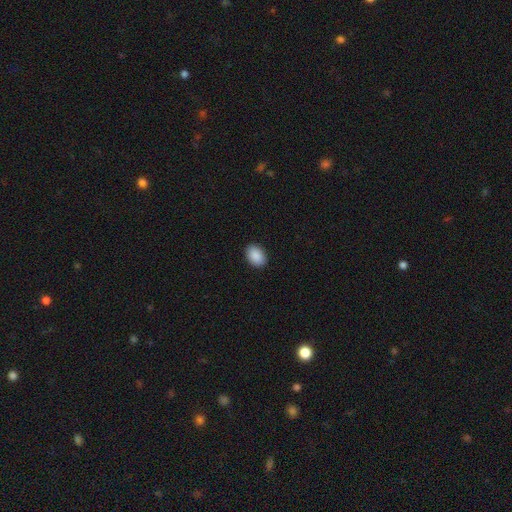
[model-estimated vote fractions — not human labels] Q: Smooth or featured?
A: smooth (90%); runner-up: star or artifact (7%)
Q: How rounded?
A: in between (81%); runner-up: round (18%)
Q: Merging?
A: none (91%); runner-up: minor disturbance (7%)